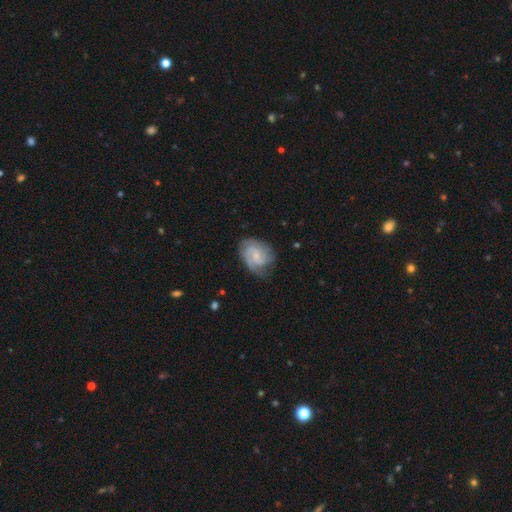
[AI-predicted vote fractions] A featured or disk galaxy (74%) with no bar (61%), 2 (38%) tight (46%) spiral arms (94%) and a small central bulge (65%).

Vote fractions:
- Smooth or featured? featured or disk: 74% / smooth: 20% / star or artifact: 6%
- Edge-on disk? no: 98% / yes: 2%
- Bar? no: 61% / weak: 35% / strong: 4%
- Spiral arms? yes: 94% / no: 6%
- Spiral winding? tight: 46% / medium: 41% / loose: 13%
- Spiral arm count? 2: 38% / 3: 24% / can't tell: 23% / 1: 7% / 4: 5% / more than 4: 4%
- Bulge size? small: 65% / moderate: 25% / none: 8% / large: 1% / dominant: 1%
- Merging? none: 65% / minor disturbance: 24% / major disturbance: 10% / merger: 1%